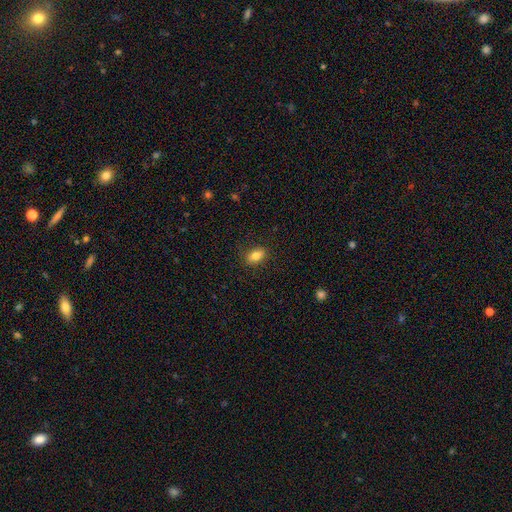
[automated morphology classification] Overall: smooth (80%). How rounded: in between (85%). Merging: none (86%).